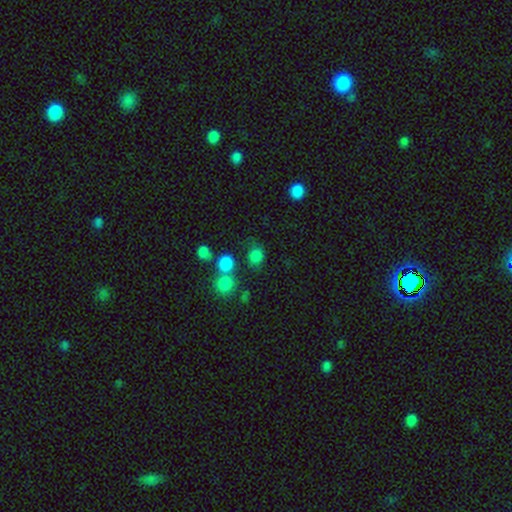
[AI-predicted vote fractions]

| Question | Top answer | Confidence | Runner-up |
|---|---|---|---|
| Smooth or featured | smooth | 80% | star or artifact (14%) |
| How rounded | round | 73% | in between (26%) |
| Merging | none | 63% | minor disturbance (15%) |